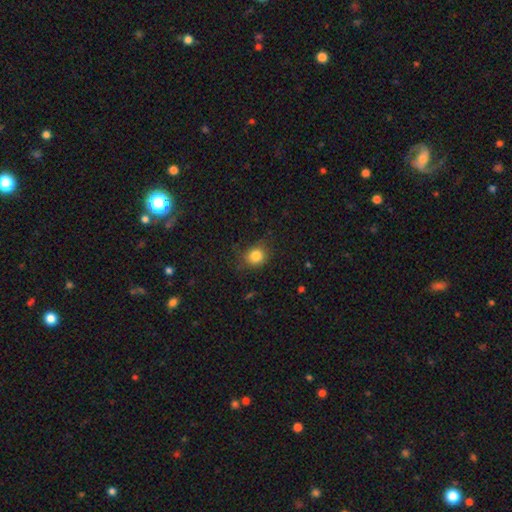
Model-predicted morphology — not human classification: smooth-or-featured: smooth: 83% | star or artifact: 11% | featured or disk: 6%
  how-rounded: round: 74% | in between: 25% | cigar-shaped: 1%
  merging: none: 76% | minor disturbance: 18% | major disturbance: 5% | merger: 1%